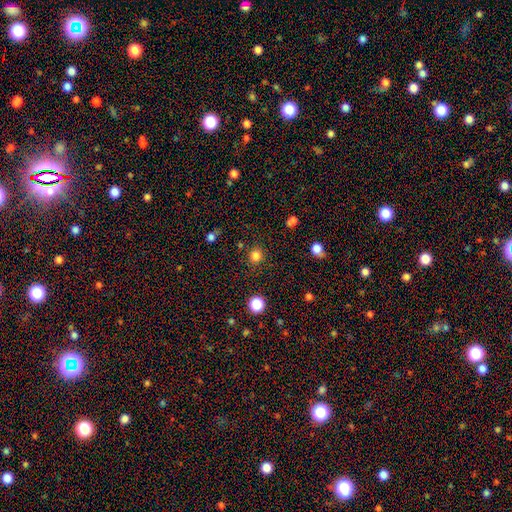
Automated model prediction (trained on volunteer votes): Smooth or featured? Predicted: smooth (p=0.81). How rounded? Predicted: round (p=0.89). Merging? Predicted: none (p=0.87).